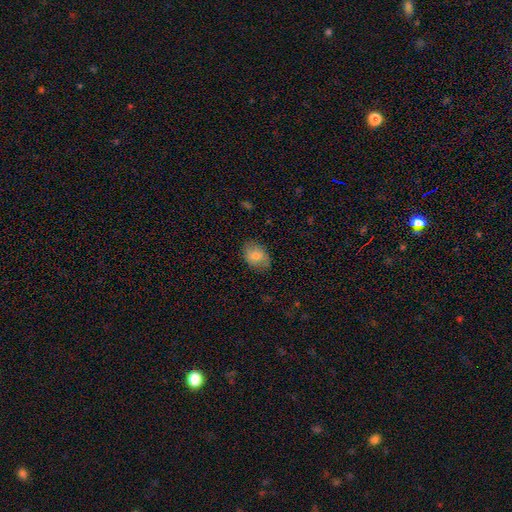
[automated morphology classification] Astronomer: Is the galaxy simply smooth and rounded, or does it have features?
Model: smooth — 72%.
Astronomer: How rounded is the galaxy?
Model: in between — 74%.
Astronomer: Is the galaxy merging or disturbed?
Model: none — 80%.